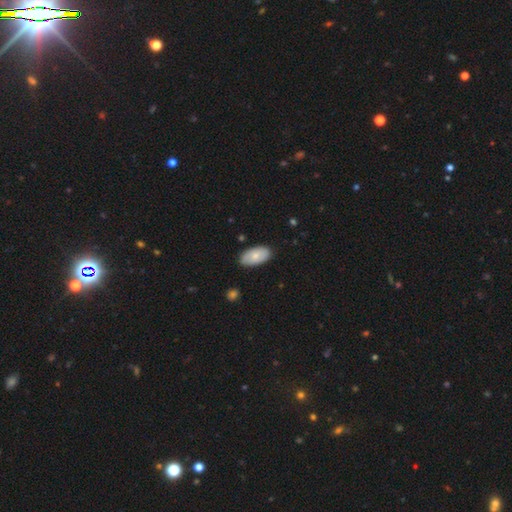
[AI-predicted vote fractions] Smooth or featured? smooth (73%)
How rounded? in between (95%)
Merging? none (82%)